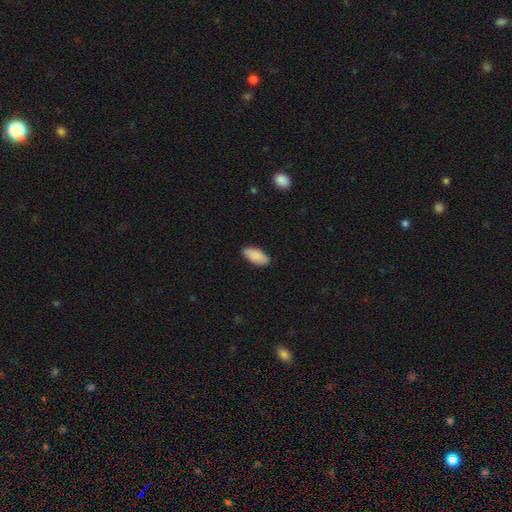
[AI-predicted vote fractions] Smooth or featured? smooth (89%)
How rounded? in between (90%)
Merging? none (85%)